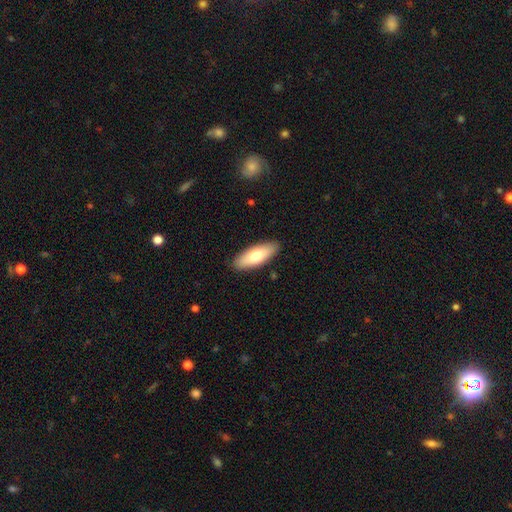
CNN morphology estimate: A smooth galaxy with no disk features (73%) that is in between round and cigar-shaped (66%). Merging: none (89%).